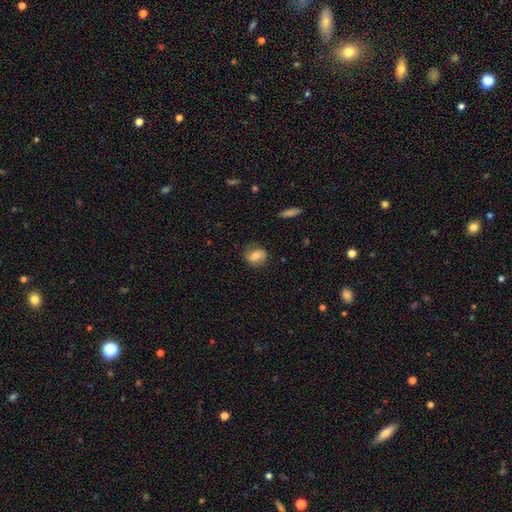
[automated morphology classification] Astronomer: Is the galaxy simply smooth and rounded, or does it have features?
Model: smooth — 67%.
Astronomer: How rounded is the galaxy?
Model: in between — 52% (runner-up: round, 47%).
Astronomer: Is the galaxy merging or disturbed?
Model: none — 73%.